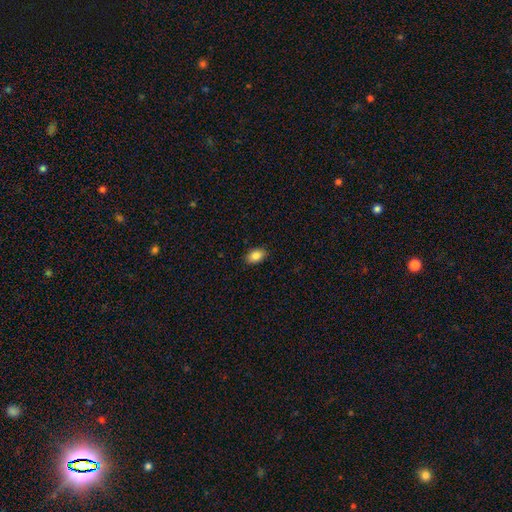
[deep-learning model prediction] Smooth or featured? smooth (85%)
How rounded? in between (87%)
Merging? none (89%)